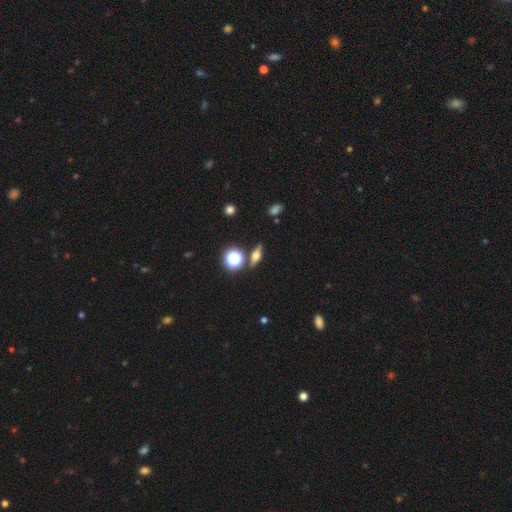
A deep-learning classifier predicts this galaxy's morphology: Smooth or featured: featured or disk — 52% (smooth — 33%)
Edge-on disk: yes — 91% (no — 9%)
Merging: none — 83% (minor disturbance — 9%)